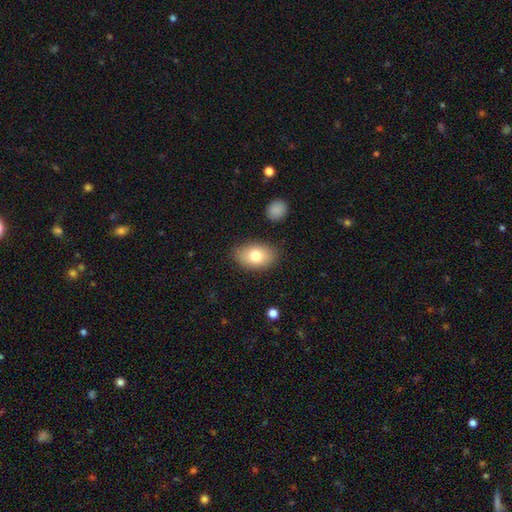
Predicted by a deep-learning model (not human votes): Overall: smooth (78%). How rounded: in between (86%). Merging: none (82%).